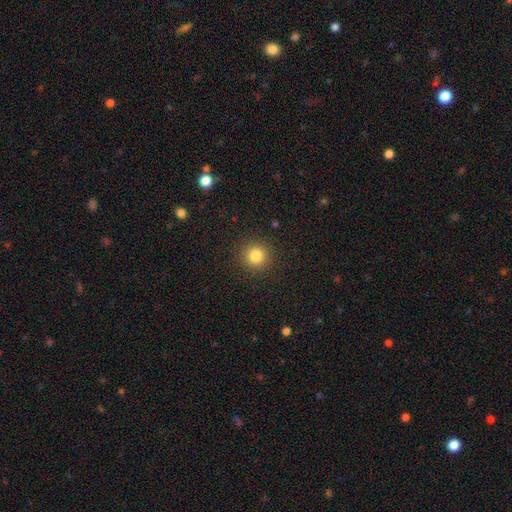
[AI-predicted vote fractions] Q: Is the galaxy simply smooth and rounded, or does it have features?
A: smooth — 83%.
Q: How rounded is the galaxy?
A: round — 94%.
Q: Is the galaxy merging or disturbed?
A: none — 91%.